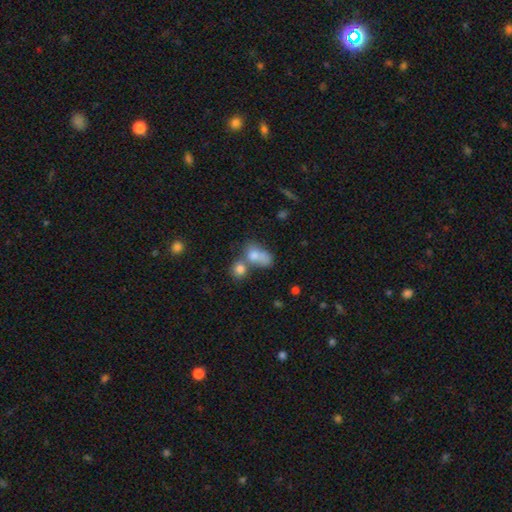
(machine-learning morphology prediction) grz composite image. It shows a smooth galaxy with no disk features (75%) that is in between round and cigar-shaped (69%). Merging: merger (57%).